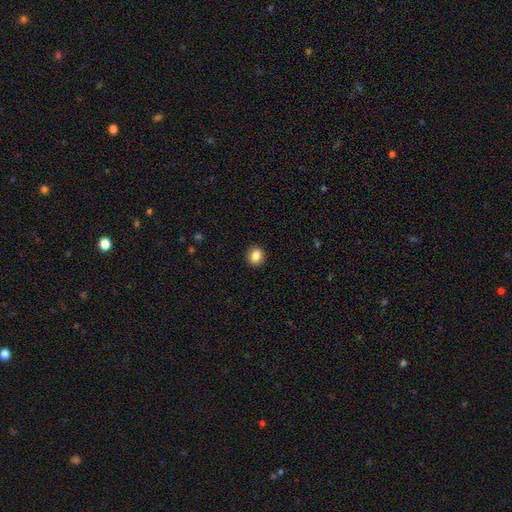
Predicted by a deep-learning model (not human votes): A smooth galaxy with no disk features (85%) that is round (76%).

Vote fractions:
- Smooth or featured? smooth: 85% / star or artifact: 10% / featured or disk: 5%
- How rounded? round: 76% / in between: 23% / cigar-shaped: 1%
- Merging? none: 92% / minor disturbance: 6% / major disturbance: 2% / merger: 1%